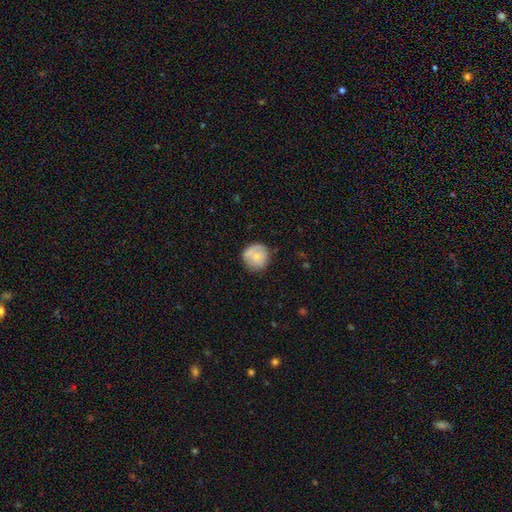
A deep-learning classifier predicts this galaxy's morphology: Smooth or featured? smooth (69%)
How rounded? round (92%)
Merging? none (73%)